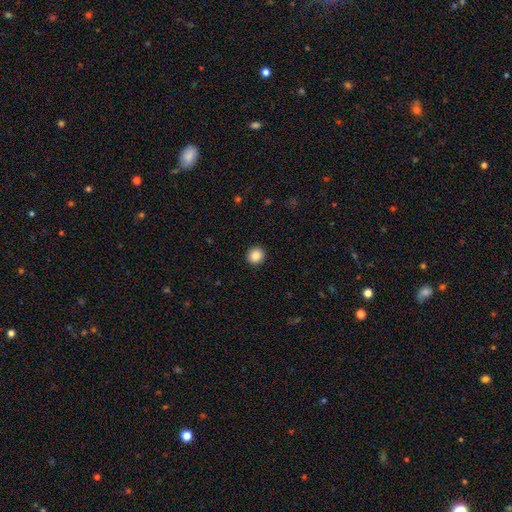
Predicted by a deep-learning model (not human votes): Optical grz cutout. It shows a smooth galaxy with no disk features (87%) that is round (93%). Merging: none (93%).